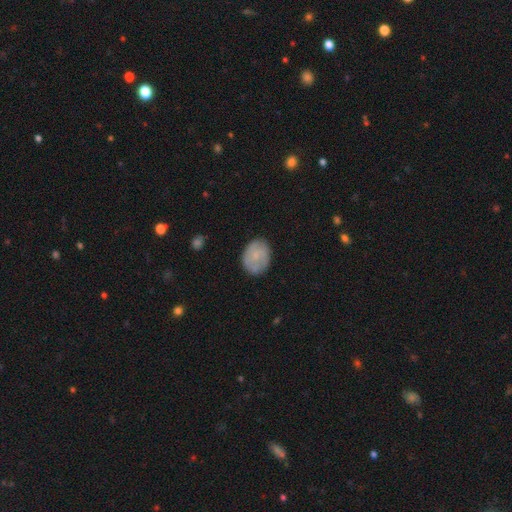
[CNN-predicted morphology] The model was most divided on "how rounded": in between: 53%, round: 46%, cigar-shaped: 1%. More confident: merging — none (78%); smooth or featured — smooth (54%).